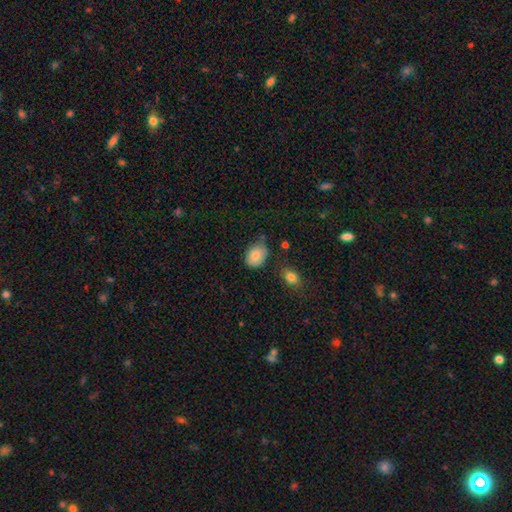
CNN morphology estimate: A smooth galaxy with no disk features (83%) that is in between round and cigar-shaped (62%).

Vote fractions:
- Smooth or featured? smooth: 83% / star or artifact: 9% / featured or disk: 8%
- How rounded? in between: 62% / round: 37% / cigar-shaped: 1%
- Merging? none: 57% / minor disturbance: 32% / major disturbance: 7% / merger: 5%